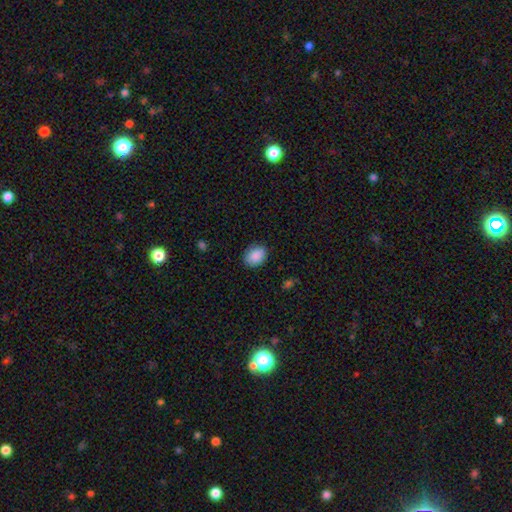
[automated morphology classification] Smooth or featured? smooth (89%)
How rounded? in between (68%)
Merging? none (82%)